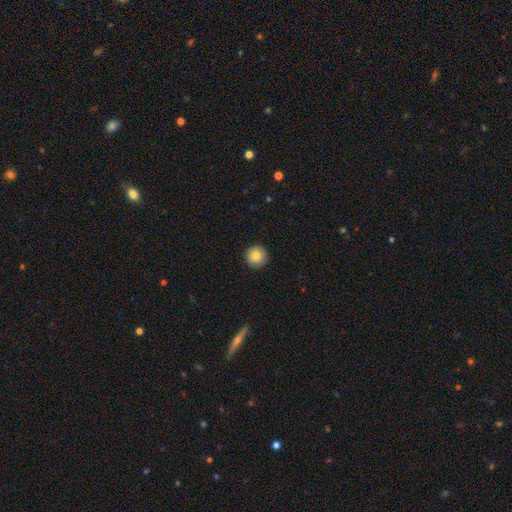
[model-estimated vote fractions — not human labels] smooth 82%, featured or disk 9%, star or artifact 8%. Down the decision tree: how rounded — round (96%); merging — none (92%).